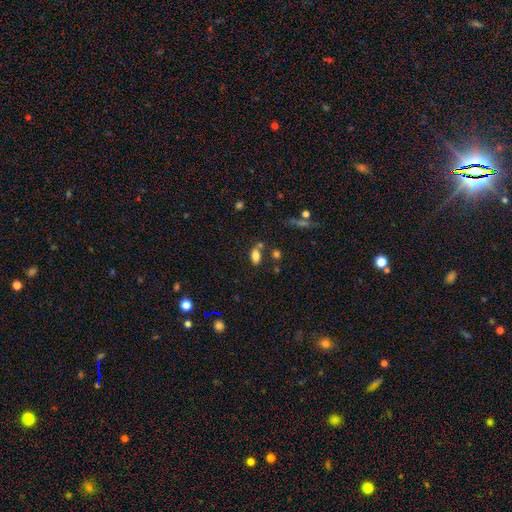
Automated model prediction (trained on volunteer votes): smooth-or-featured: smooth: 80% | star or artifact: 12% | featured or disk: 9%
  how-rounded: in between: 88% | round: 8% | cigar-shaped: 4%
  merging: none: 65% | merger: 17% | minor disturbance: 14% | major disturbance: 4%